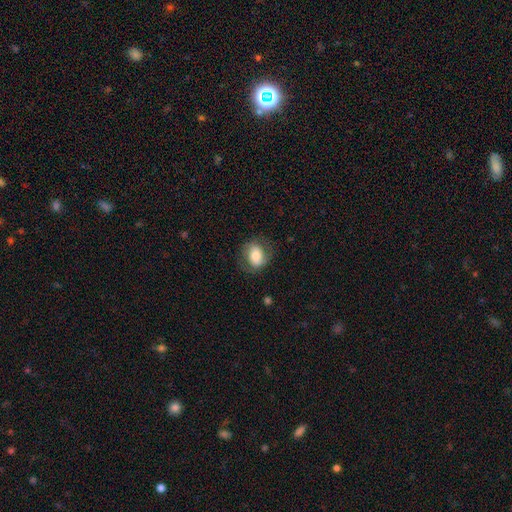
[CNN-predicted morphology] Smooth or featured: smooth — 64% (featured or disk — 28%)
How rounded: in between — 58% (round — 40%)
Merging: none — 71% (minor disturbance — 19%)